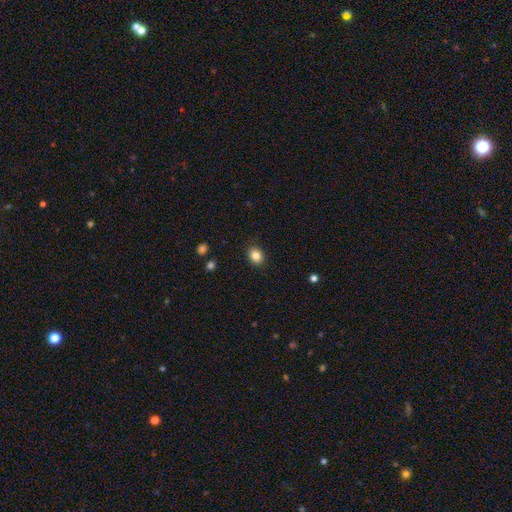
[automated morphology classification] smooth 85%, star or artifact 10%, featured or disk 5%. Down the decision tree: how rounded — round (53%); merging — none (89%).